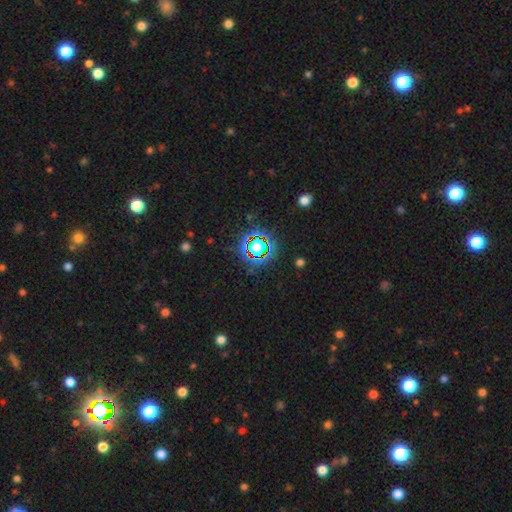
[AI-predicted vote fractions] This is likely a star or artifact rather than a galaxy (77%).